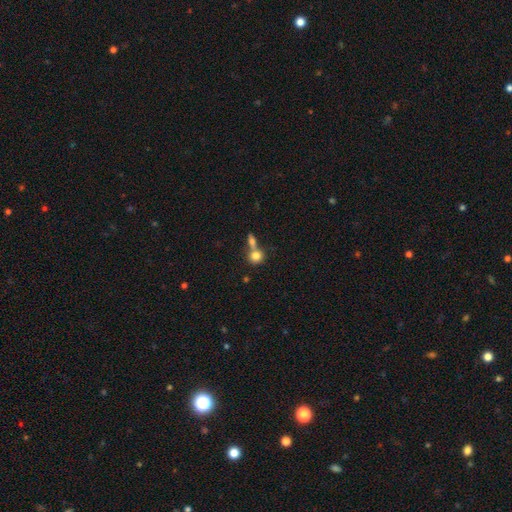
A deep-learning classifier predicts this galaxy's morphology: A smooth galaxy with no disk features (79%) that is round (79%).

Vote fractions:
- Smooth or featured? smooth: 79% / featured or disk: 11% / star or artifact: 10%
- How rounded? round: 79% / in between: 19% / cigar-shaped: 2%
- Merging? merger: 48% / none: 40% / minor disturbance: 8% / major disturbance: 4%